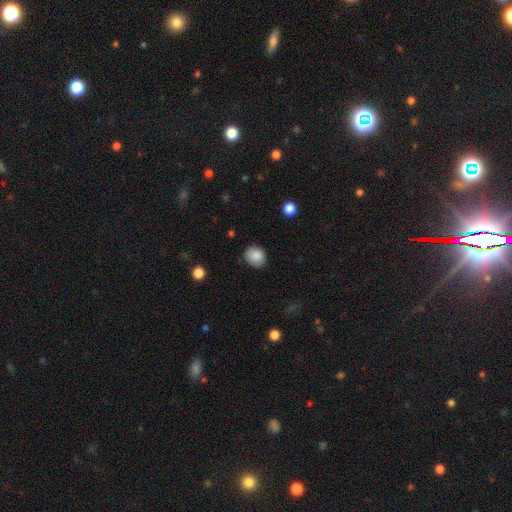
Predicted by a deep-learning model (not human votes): A smooth galaxy with no disk features (86%) that is round (73%).

Vote fractions:
- Smooth or featured? smooth: 86% / star or artifact: 9% / featured or disk: 5%
- How rounded? round: 73% / in between: 27% / cigar-shaped: 1%
- Merging? none: 80% / minor disturbance: 15% / major disturbance: 3% / merger: 1%